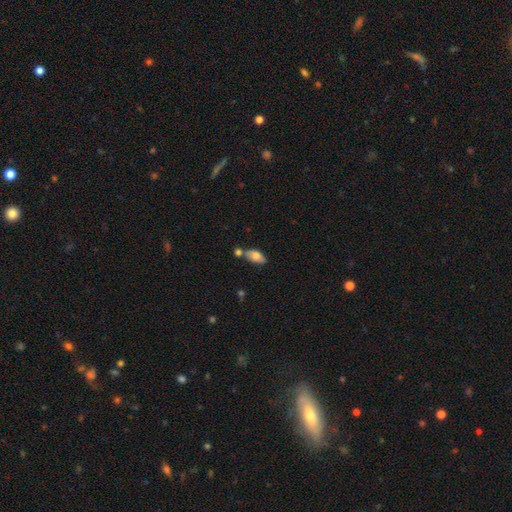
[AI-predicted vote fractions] Smooth or featured? smooth (74%)
How rounded? in between (90%)
Merging? none (62%)